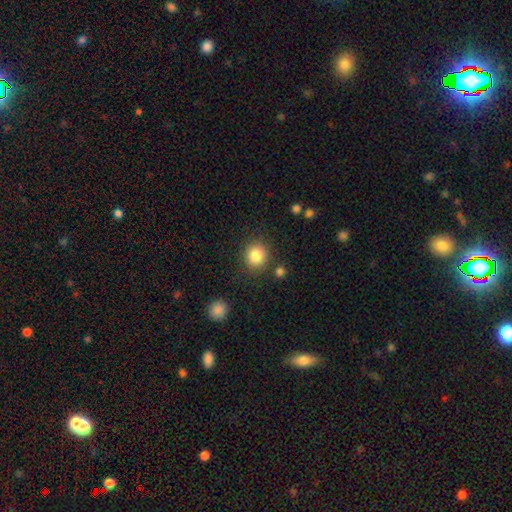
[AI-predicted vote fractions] Smooth or featured: smooth — 85% (star or artifact — 9%)
How rounded: round — 87% (in between — 13%)
Merging: none — 84% (minor disturbance — 9%)